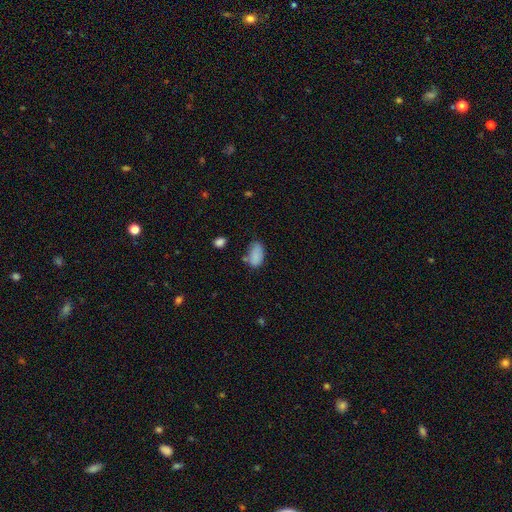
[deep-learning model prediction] Overall: smooth (84%). How rounded: in between (93%). Merging: none (53%; minor disturbance 31%).